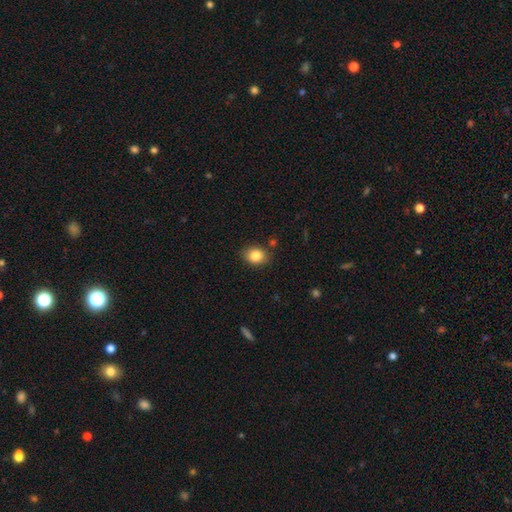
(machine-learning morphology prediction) The model was most divided on "how rounded": in between: 51%, round: 48%, cigar-shaped: 1%. More confident: smooth or featured — smooth (85%); merging — none (84%).